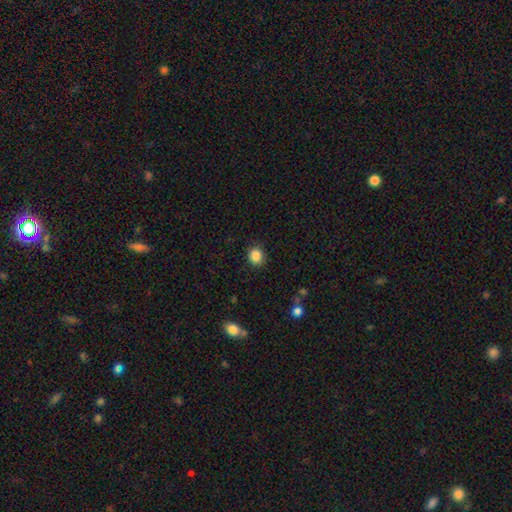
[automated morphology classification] Overall: smooth (87%). How rounded: round (69%; in between 30%). Merging: none (86%).